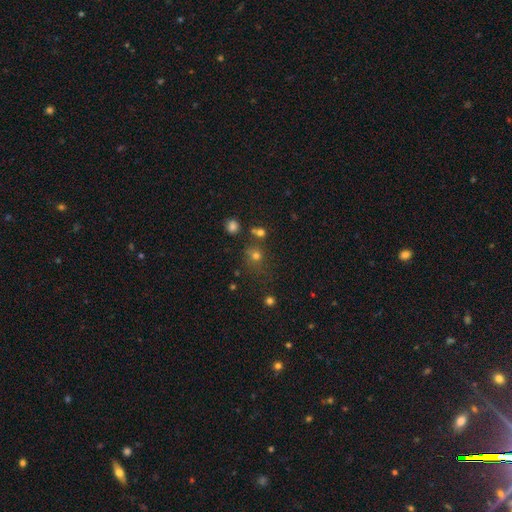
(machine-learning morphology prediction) type=smooth (66%); roundness=round (81%); merging=none (64%).